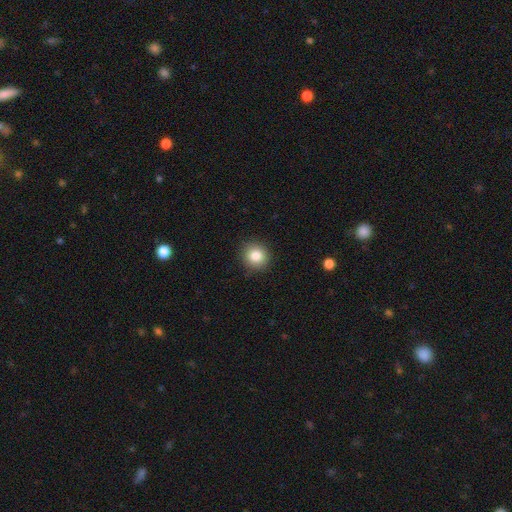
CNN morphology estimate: A smooth galaxy with no disk features (84%) that is round (88%). Merging: none (90%).